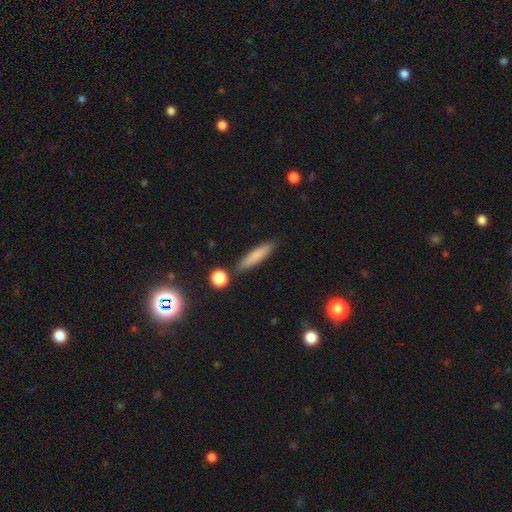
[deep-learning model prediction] This appears to be a smooth galaxy with no disk features (78%) that is cigar-shaped (84%). Merging: none (85%).